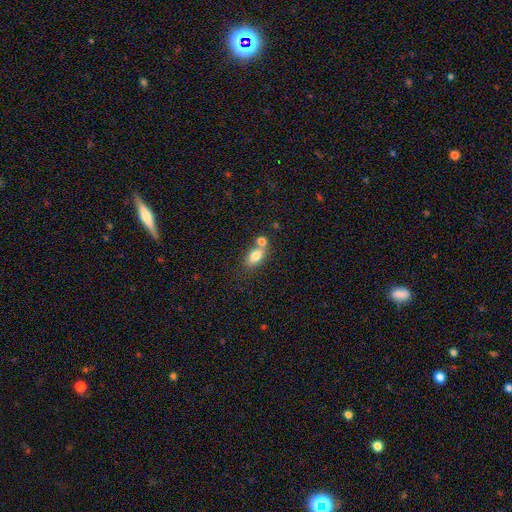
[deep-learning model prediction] Morphology: type=smooth (77%); roundness=in between (82%); merging=none (46%).